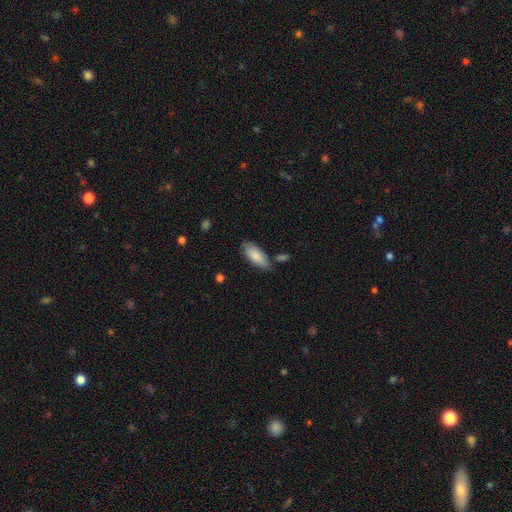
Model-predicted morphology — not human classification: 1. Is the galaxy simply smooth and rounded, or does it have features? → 85% smooth, 9% featured or disk, 6% star or artifact.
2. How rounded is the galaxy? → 85% in between, 14% cigar-shaped, 2% round.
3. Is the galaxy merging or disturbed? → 76% none, 15% minor disturbance, 5% merger, 3% major disturbance.